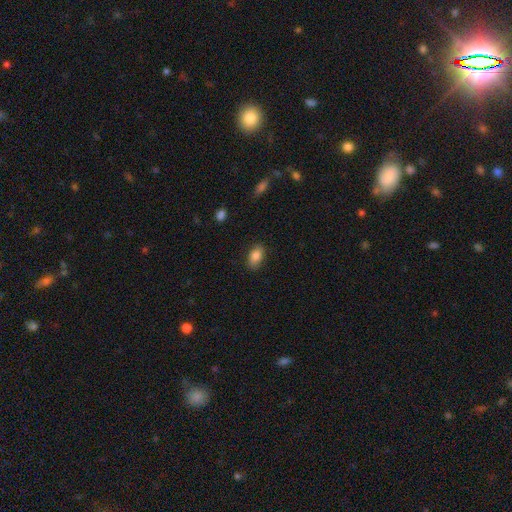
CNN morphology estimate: The model was most divided on "merging": none: 85%, minor disturbance: 11%, major disturbance: 2%, merger: 1%. More confident: how rounded — in between (90%); smooth or featured — smooth (84%).